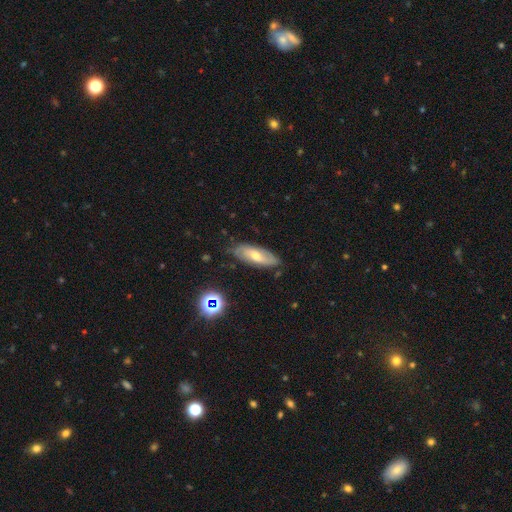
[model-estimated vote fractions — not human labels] Smooth or featured: featured or disk — 54% (smooth — 37%)
Edge-on disk: no — 79% (yes — 21%)
Merging: none — 76% (minor disturbance — 19%)